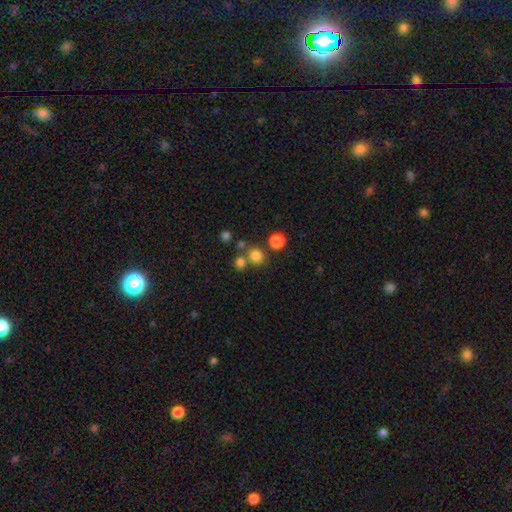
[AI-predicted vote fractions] This appears to be a smooth galaxy with no disk features (78%) that is round (88%). Merging: none (70%).